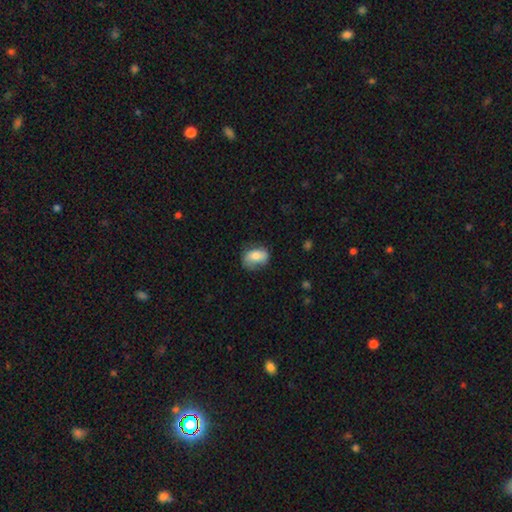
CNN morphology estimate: A smooth galaxy with no disk features (67%) that is in between round and cigar-shaped (79%). Merging: none (68%).